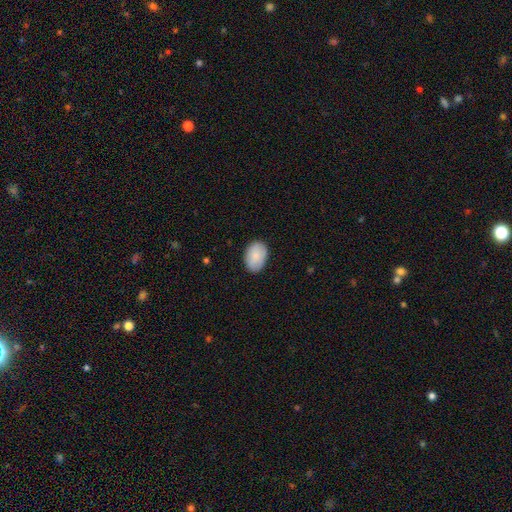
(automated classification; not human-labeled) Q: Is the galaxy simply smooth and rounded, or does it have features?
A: smooth — 86%.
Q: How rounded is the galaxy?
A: in between — 85%.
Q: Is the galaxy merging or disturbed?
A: none — 85%.